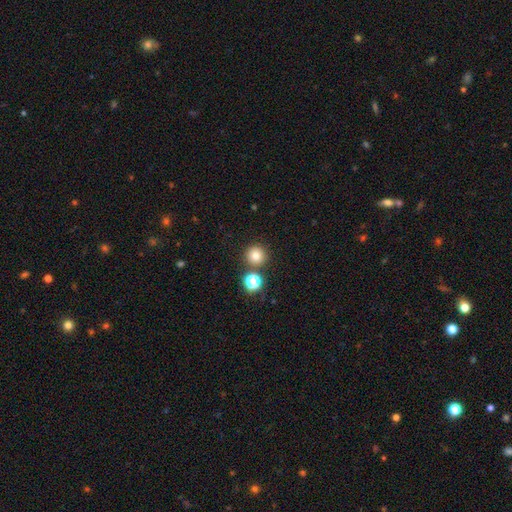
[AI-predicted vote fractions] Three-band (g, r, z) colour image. It shows a smooth galaxy with no disk features (78%) that is round (95%). Merging: none (82%).